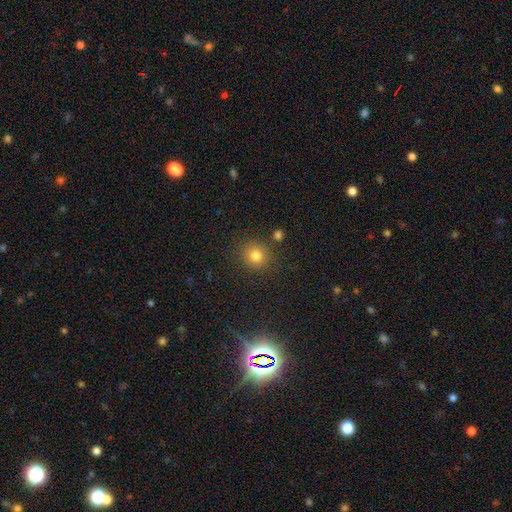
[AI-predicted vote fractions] Morphology: type=smooth (80%); roundness=round (88%); merging=none (84%).